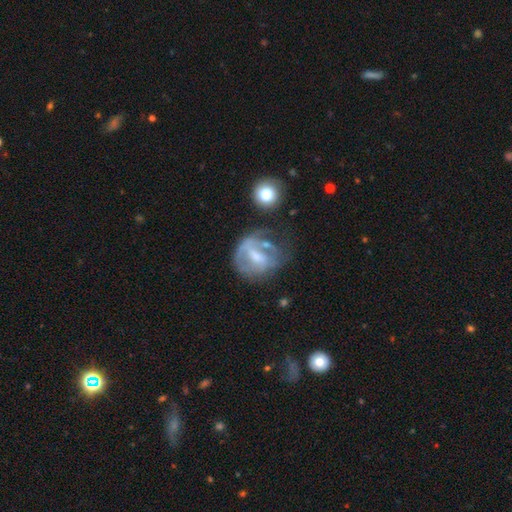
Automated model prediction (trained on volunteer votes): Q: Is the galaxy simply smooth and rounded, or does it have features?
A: featured or disk — 59%.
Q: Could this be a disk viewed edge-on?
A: no — 95%.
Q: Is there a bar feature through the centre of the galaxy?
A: weak — 42%.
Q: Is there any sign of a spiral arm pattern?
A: no — 52%.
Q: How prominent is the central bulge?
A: moderate — 44%.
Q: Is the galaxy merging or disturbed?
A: none — 39%.